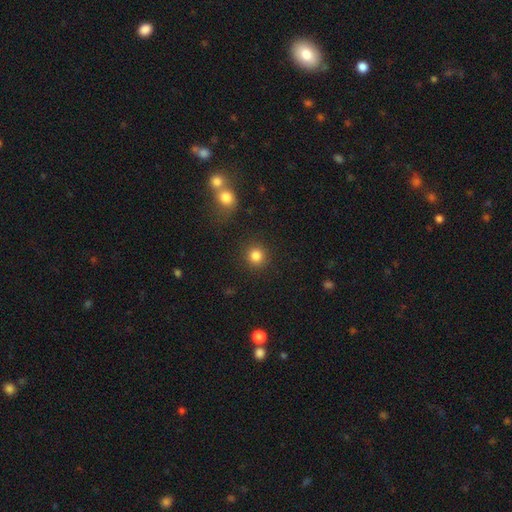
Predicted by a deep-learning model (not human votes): Overall: smooth (84%). How rounded: round (92%). Merging: none (89%).